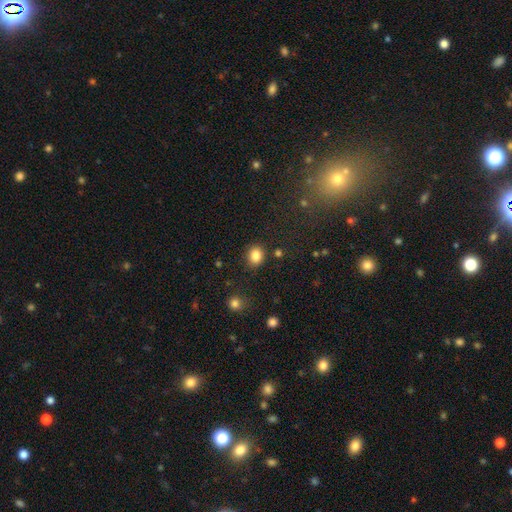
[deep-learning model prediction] Morphology: type=smooth (85%); roundness=round (55%); merging=none (85%).